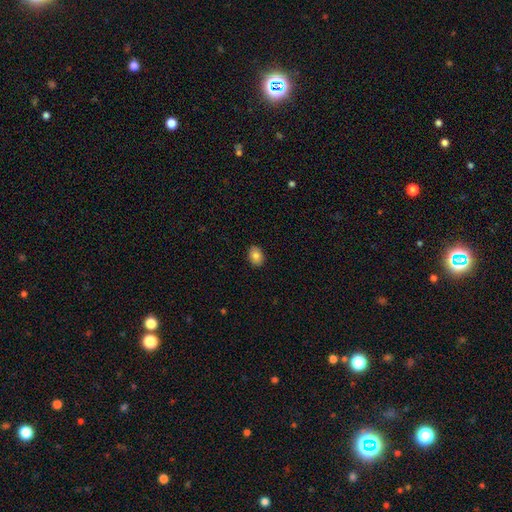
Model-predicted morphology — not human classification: Overall: smooth (84%). How rounded: in between (72%). Merging: none (90%).